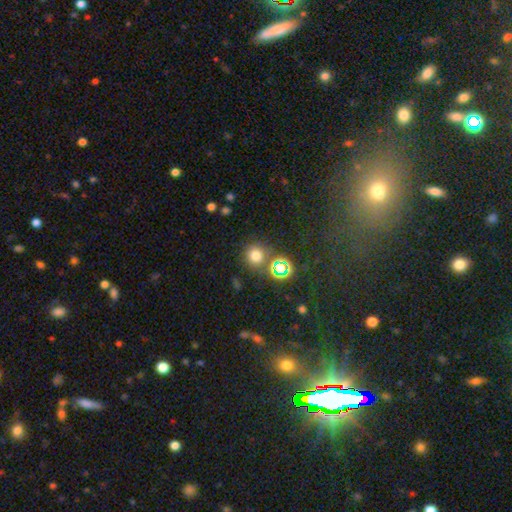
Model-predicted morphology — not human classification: Smooth or featured? smooth (69%)
How rounded? round (90%)
Merging? none (77%)